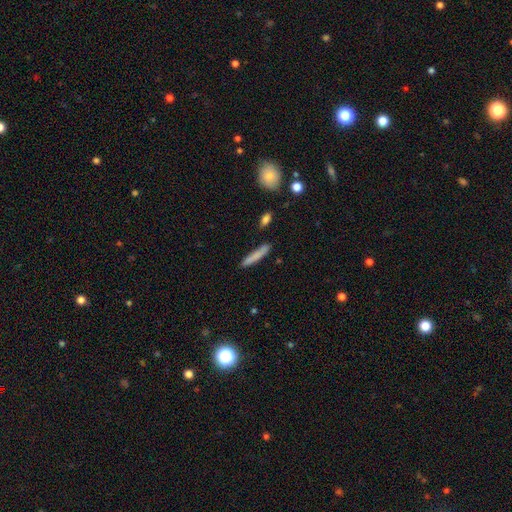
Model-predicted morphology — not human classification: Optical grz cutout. It shows a smooth galaxy with no disk features (77%) that is cigar-shaped (92%). Merging: none (83%).